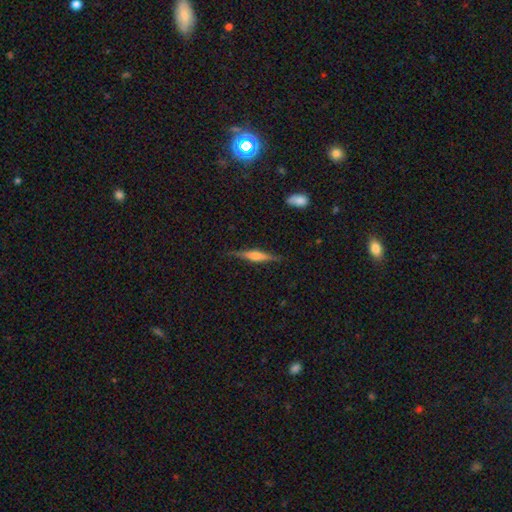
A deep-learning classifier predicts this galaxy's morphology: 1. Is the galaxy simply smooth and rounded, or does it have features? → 65% featured or disk, 28% smooth, 7% star or artifact.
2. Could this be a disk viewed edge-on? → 97% yes, 3% no.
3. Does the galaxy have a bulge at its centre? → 71% rounded, 20% boxy, 9% none.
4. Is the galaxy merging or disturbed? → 86% none, 10% minor disturbance, 2% major disturbance, 1% merger.